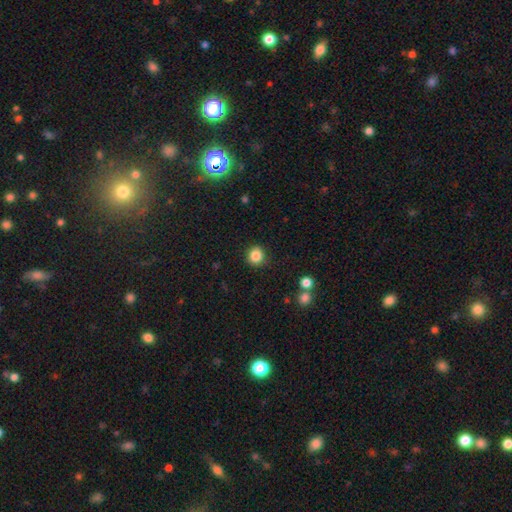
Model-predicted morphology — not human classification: A smooth galaxy with no disk features (85%) that is round (87%).

Vote fractions:
- Smooth or featured? smooth: 85% / star or artifact: 11% / featured or disk: 4%
- How rounded? round: 87% / in between: 12% / cigar-shaped: 1%
- Merging? none: 87% / minor disturbance: 8% / major disturbance: 2% / merger: 2%